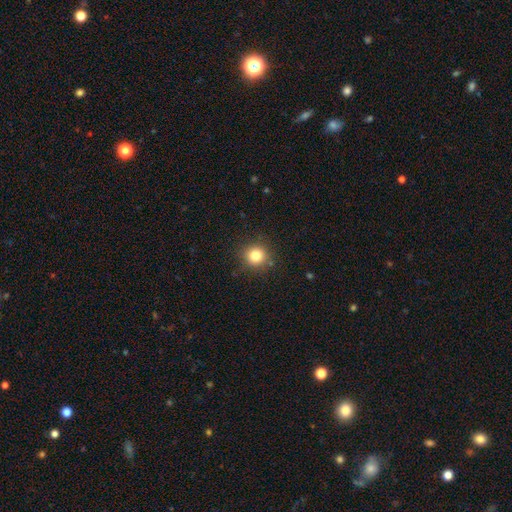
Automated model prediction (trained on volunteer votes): A smooth galaxy with no disk features (82%) that is round (92%). Merging: none (89%).